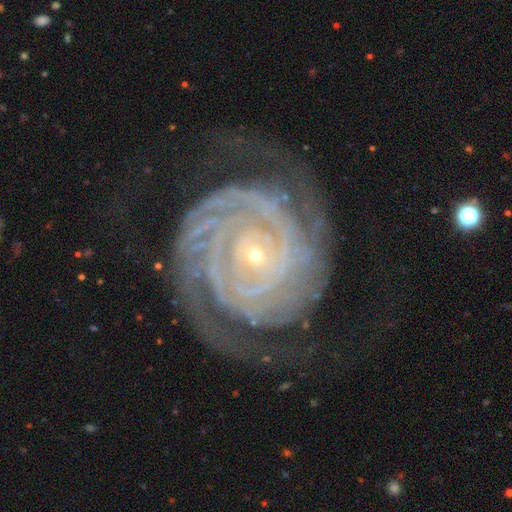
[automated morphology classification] A featured or disk galaxy (92%) with no bar (69%), 2 (37%) tight (87%) spiral arms (99%) and a small central bulge (86%).

Vote fractions:
- Smooth or featured? featured or disk: 92% / star or artifact: 5% / smooth: 3%
- Edge-on disk? no: 98% / yes: 2%
- Bar? no: 69% / weak: 19% / strong: 12%
- Spiral arms? yes: 99% / no: 1%
- Spiral winding? tight: 87% / medium: 11% / loose: 2%
- Spiral arm count? 2: 37% / 3: 17% / can't tell: 15% / 4: 14% / more than 4: 10% / 1: 8%
- Bulge size? small: 86% / moderate: 11% / large: 1% / none: 1% / dominant: 1%
- Merging? none: 73% / minor disturbance: 16% / major disturbance: 10% / merger: 1%